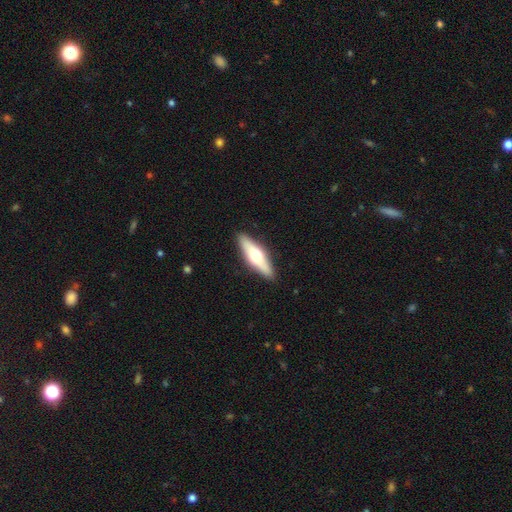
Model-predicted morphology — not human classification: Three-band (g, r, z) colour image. It shows a featured or disk galaxy (51%) viewed edge-on (88%). Merging: none (89%).